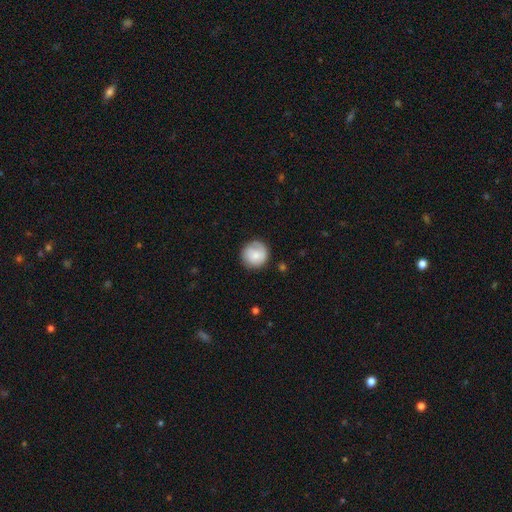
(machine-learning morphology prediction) Smooth or featured?
  - smooth: 68% *
  - featured or disk: 25%
  - star or artifact: 7%
How rounded?
  - round: 92% *
  - in between: 7%
  - cigar-shaped: 1%
Merging?
  - none: 77% *
  - minor disturbance: 17%
  - major disturbance: 5%
  - merger: 1%